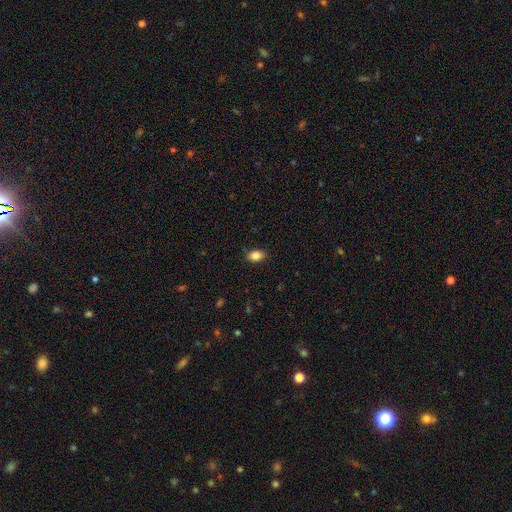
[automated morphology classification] smooth_or_featured: smooth (p=0.85) [alt: star or artifact p=0.09]
how_rounded: in between (p=0.85) [alt: round p=0.13]
merging: none (p=0.87) [alt: minor disturbance p=0.10]